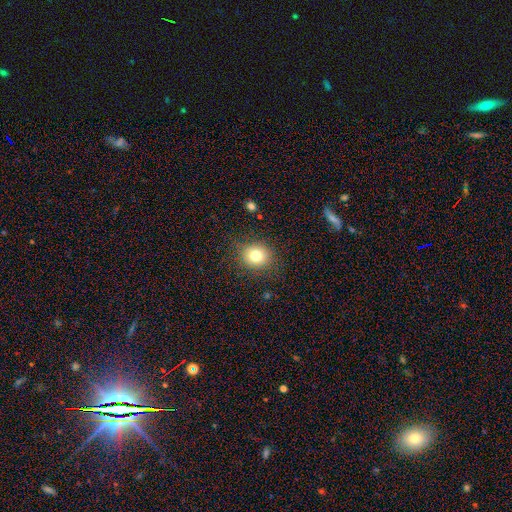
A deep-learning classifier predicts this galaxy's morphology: Smooth or featured?
  - smooth: 78% *
  - star or artifact: 13%
  - featured or disk: 9%
How rounded?
  - round: 79% *
  - in between: 20%
  - cigar-shaped: 1%
Merging?
  - none: 84% *
  - minor disturbance: 11%
  - major disturbance: 4%
  - merger: 1%